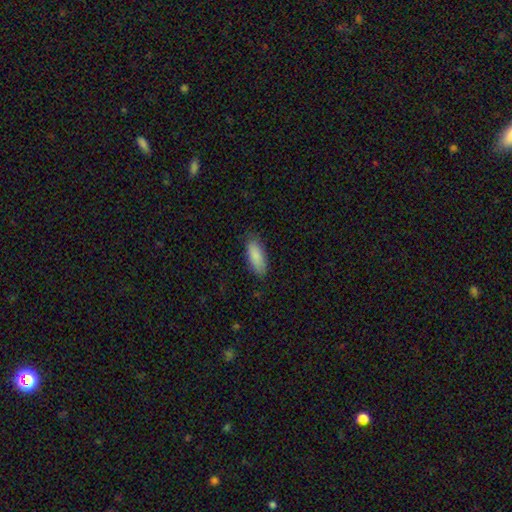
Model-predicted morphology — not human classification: smooth_or_featured: smooth (p=0.87) [alt: featured or disk p=0.07]
how_rounded: in between (p=0.74) [alt: cigar-shaped p=0.25]
merging: none (p=0.84) [alt: minor disturbance p=0.12]